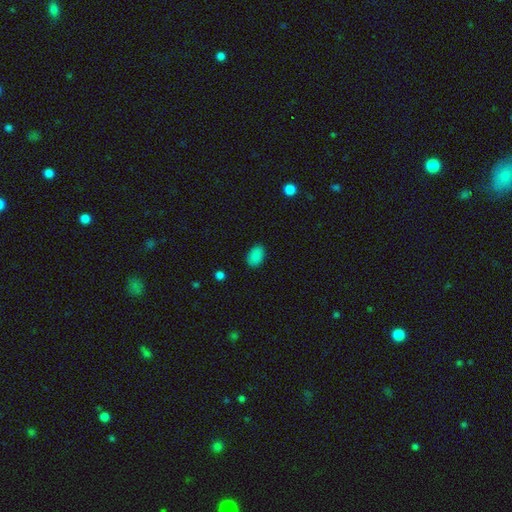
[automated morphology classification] Smooth or featured? Predicted: smooth (p=0.87). How rounded? Predicted: in between (p=0.88). Merging? Predicted: none (p=0.87).